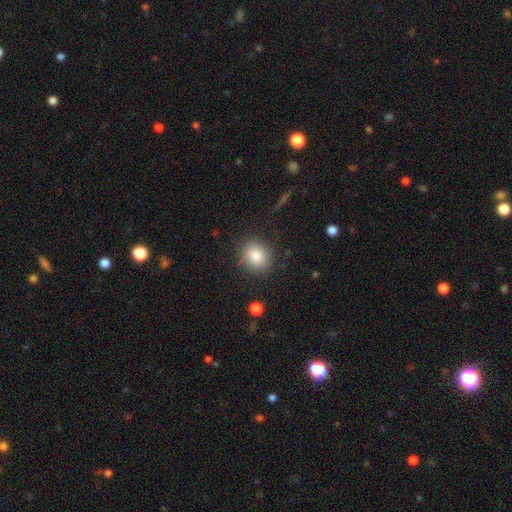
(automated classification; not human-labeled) Q: Smooth or featured?
A: smooth (84%); runner-up: star or artifact (9%)
Q: How rounded?
A: round (75%); runner-up: in between (24%)
Q: Merging?
A: none (85%); runner-up: minor disturbance (10%)